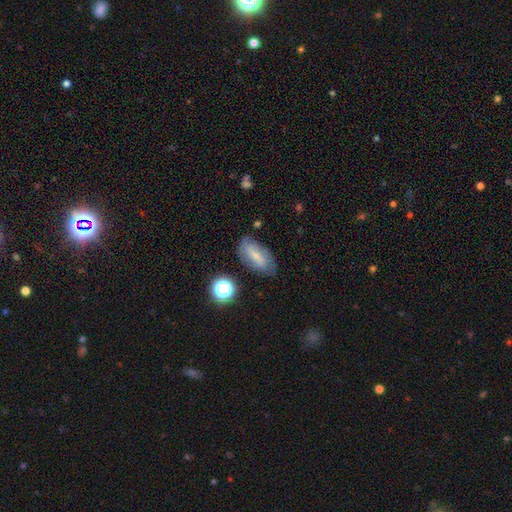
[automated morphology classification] Smooth or featured: smooth — 47% (featured or disk — 42%)
Merging: none — 72% (minor disturbance — 19%)